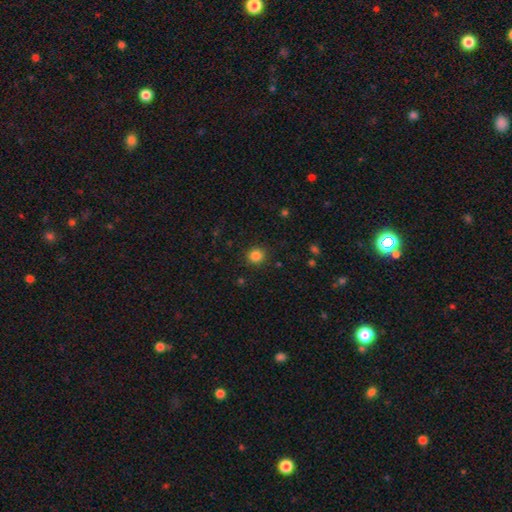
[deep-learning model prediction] This appears to be a smooth galaxy with no disk features (84%) that is round (90%). Merging: none (90%).